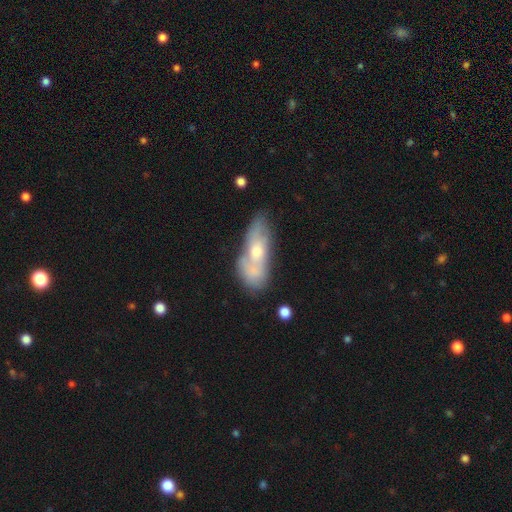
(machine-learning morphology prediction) This is possibly a featured or disk galaxy (47%). Merging: marginally none (37%).